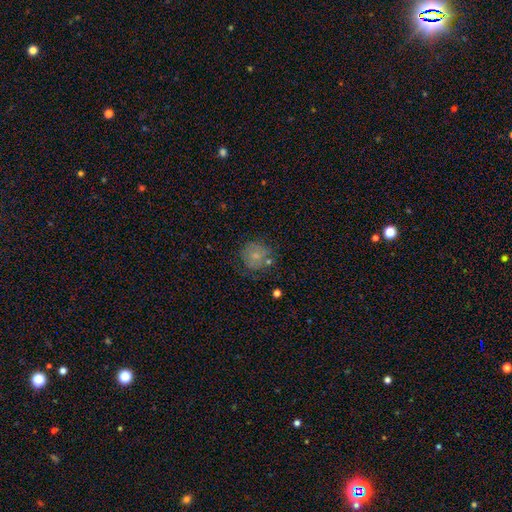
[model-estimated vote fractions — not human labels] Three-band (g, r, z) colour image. It shows a smooth galaxy with no disk features (68%) that is round (87%). Merging: none (63%).